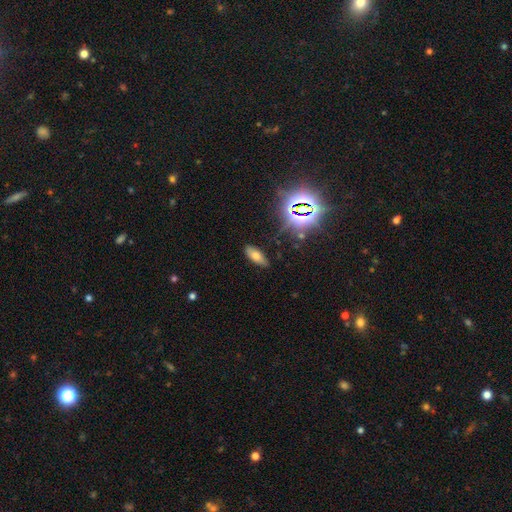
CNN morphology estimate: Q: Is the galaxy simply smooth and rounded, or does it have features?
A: smooth — 64%.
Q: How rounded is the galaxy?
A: in between — 81%.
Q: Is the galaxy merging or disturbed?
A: none — 85%.